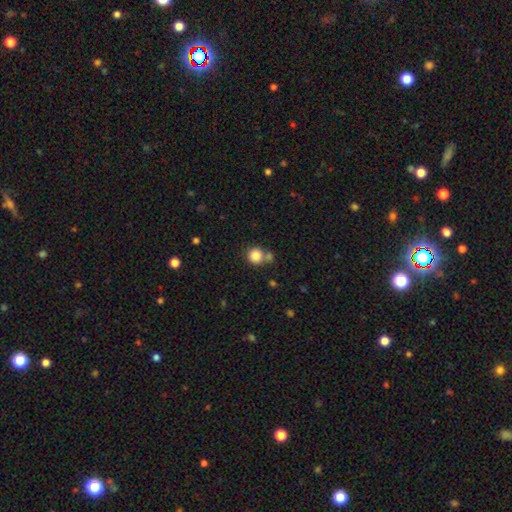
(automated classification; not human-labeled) Q: Smooth or featured?
A: smooth (85%); runner-up: star or artifact (10%)
Q: How rounded?
A: round (89%); runner-up: in between (10%)
Q: Merging?
A: none (60%); runner-up: merger (25%)